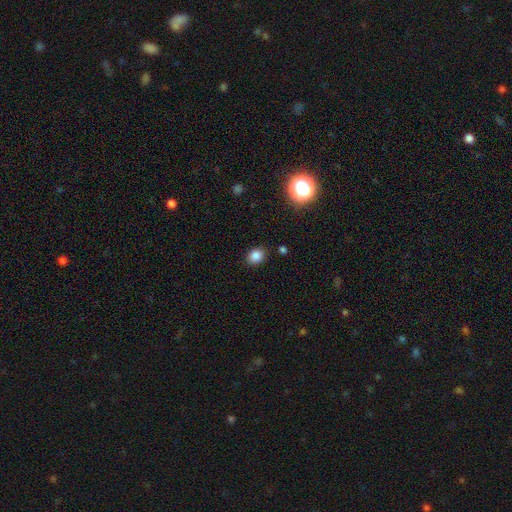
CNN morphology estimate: This is clearly a smooth galaxy (84%). How rounded: possibly in between (59%). Merging: clearly none (86%).